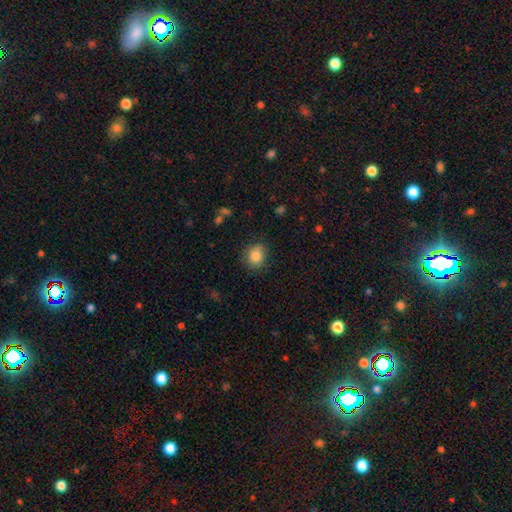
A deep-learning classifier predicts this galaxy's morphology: Smooth or featured? smooth (85%)
How rounded? round (68%)
Merging? none (78%)